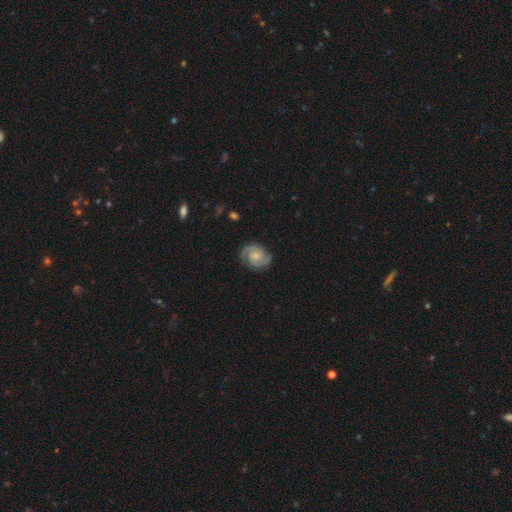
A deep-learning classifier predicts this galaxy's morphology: Smooth or featured? featured or disk (88%)
Edge-on disk? no (98%)
Bar? no (68%)
Spiral arms? yes (98%)
Spiral winding? tight (54%)
Spiral arm count? 2 (88%)
Bulge size? small (48%)
Merging? none (83%)